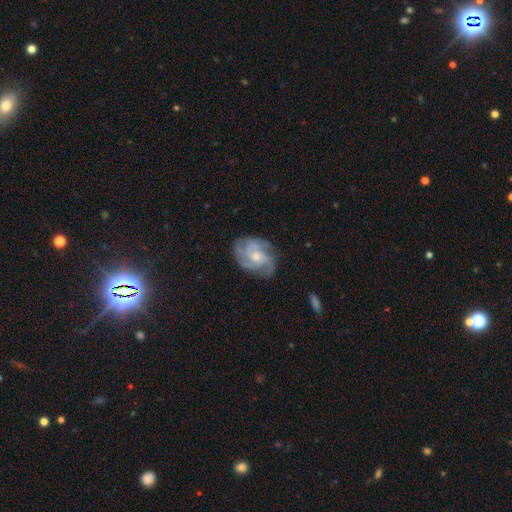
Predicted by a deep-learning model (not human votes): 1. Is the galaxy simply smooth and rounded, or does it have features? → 83% featured or disk, 11% smooth, 6% star or artifact.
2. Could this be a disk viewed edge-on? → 98% no, 2% yes.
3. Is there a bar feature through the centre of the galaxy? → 68% no, 28% weak, 4% strong.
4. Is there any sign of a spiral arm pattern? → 96% yes, 4% no.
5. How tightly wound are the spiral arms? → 49% tight, 41% medium, 10% loose.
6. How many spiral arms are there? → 38% 3, 25% 4, 16% can't tell, 10% 2, 6% more than 4, 5% 1.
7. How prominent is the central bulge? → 56% moderate, 36% small, 4% large, 3% none, 1% dominant.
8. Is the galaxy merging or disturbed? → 75% none, 18% minor disturbance, 7% major disturbance, 1% merger.